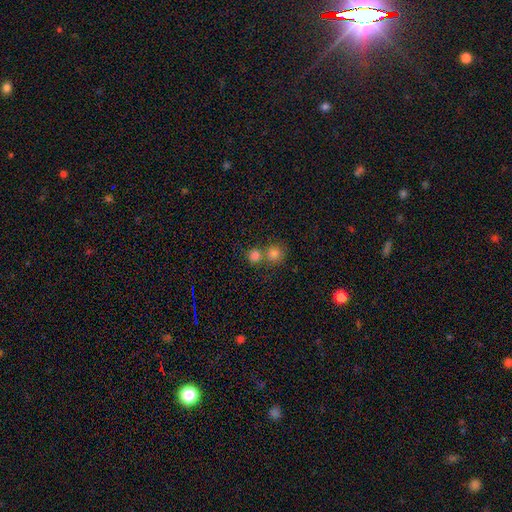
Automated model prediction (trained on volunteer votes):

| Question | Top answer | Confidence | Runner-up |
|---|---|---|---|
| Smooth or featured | smooth | 80% | star or artifact (13%) |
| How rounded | round | 88% | in between (11%) |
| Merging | none | 51% | merger (40%) |